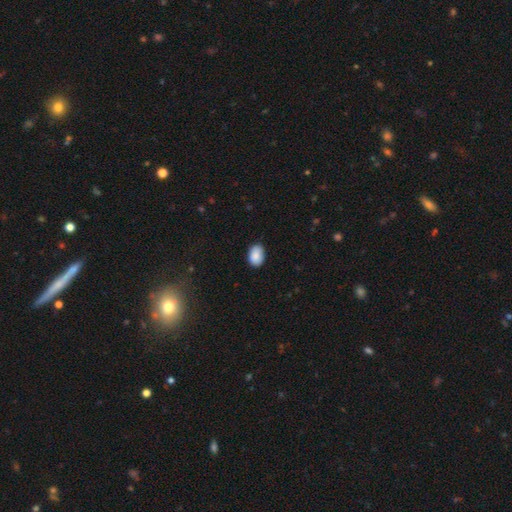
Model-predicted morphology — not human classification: Overall: smooth (89%). How rounded: in between (82%). Merging: none (83%).